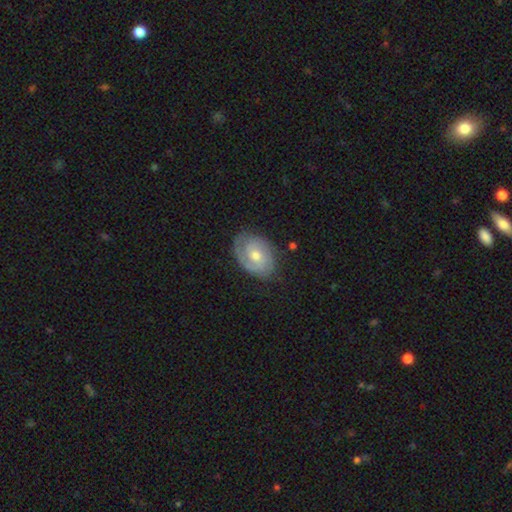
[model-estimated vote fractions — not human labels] Smooth or featured? Predicted: featured or disk (p=0.77). Edge-on disk? Predicted: no (p=0.97). Bar? Predicted: no (p=0.64). Spiral arms? Predicted: yes (p=0.93). Spiral winding? Predicted: tight (p=0.61). Spiral arm count? Predicted: 2 (p=0.57). Bulge size? Predicted: moderate (p=0.59). Merging? Predicted: none (p=0.75).